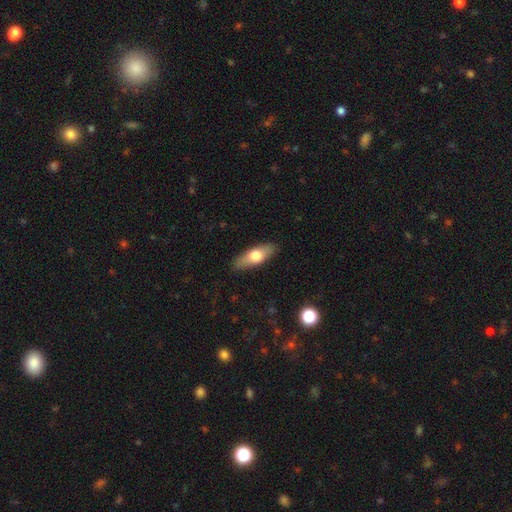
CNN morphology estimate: A smooth galaxy with no disk features (63%) that is in between round and cigar-shaped (64%). Merging: none (88%).